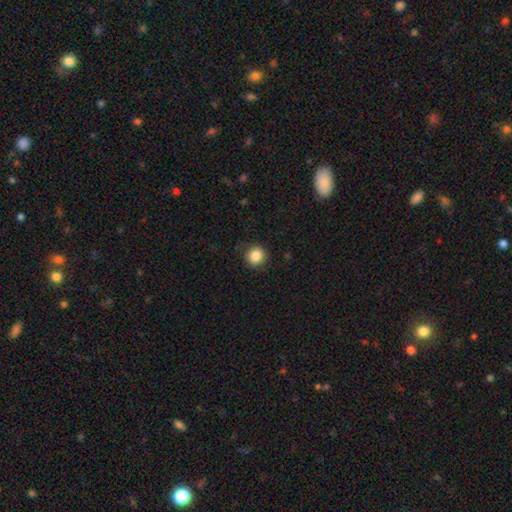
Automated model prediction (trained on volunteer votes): This is clearly a smooth galaxy (86%). How rounded: clearly round (85%). Merging: clearly none (87%).